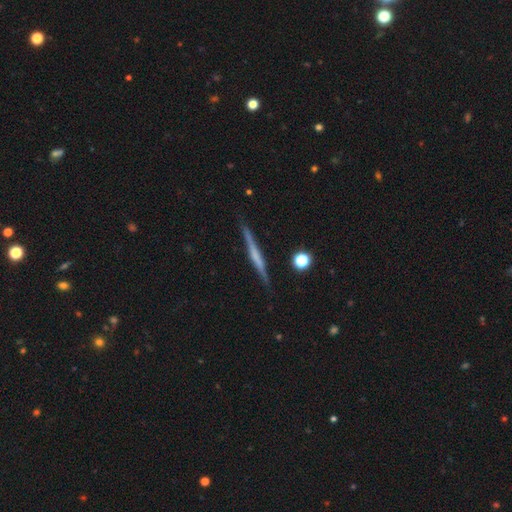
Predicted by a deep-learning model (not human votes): This is likely a featured or disk galaxy (64%). It is clearly viewed edge-on (98%). Edge-on bulge: possibly none (58%). Merging: clearly none (89%).